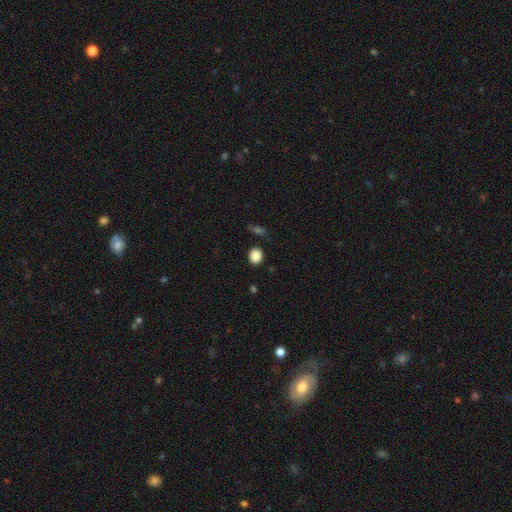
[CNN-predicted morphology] This appears to be a smooth galaxy with no disk features (87%) that is round (62%). Merging: none (86%).